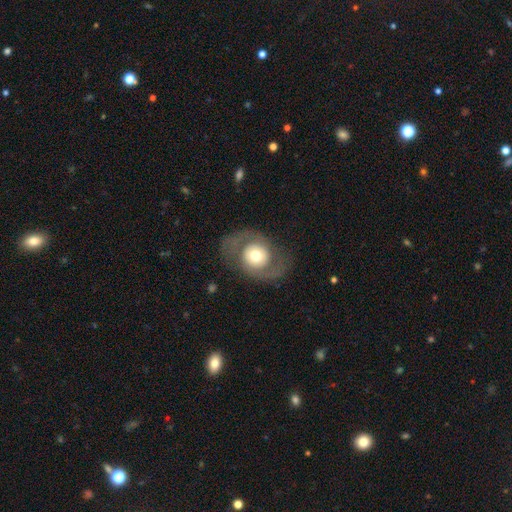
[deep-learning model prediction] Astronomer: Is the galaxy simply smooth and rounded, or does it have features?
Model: featured or disk — 66%.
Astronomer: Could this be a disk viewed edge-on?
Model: no — 96%.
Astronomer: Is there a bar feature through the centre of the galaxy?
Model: no — 79%.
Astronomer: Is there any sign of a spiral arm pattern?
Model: yes — 64%.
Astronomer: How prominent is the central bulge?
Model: moderate — 59%.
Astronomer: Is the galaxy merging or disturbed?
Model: none — 73%.